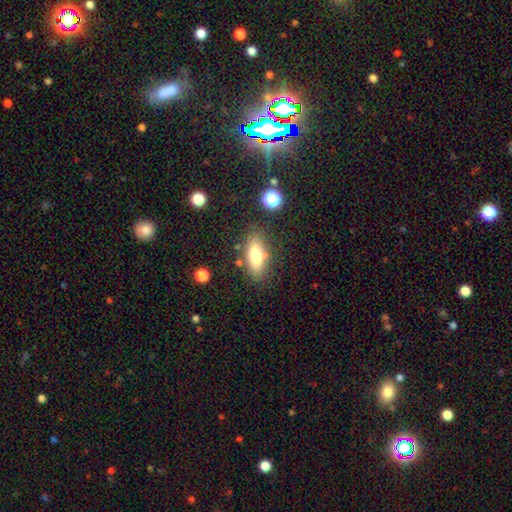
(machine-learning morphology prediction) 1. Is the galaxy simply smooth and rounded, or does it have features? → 71% smooth, 21% featured or disk, 9% star or artifact.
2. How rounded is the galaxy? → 79% in between, 17% cigar-shaped, 4% round.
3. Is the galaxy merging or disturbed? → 77% none, 14% minor disturbance, 5% merger, 4% major disturbance.